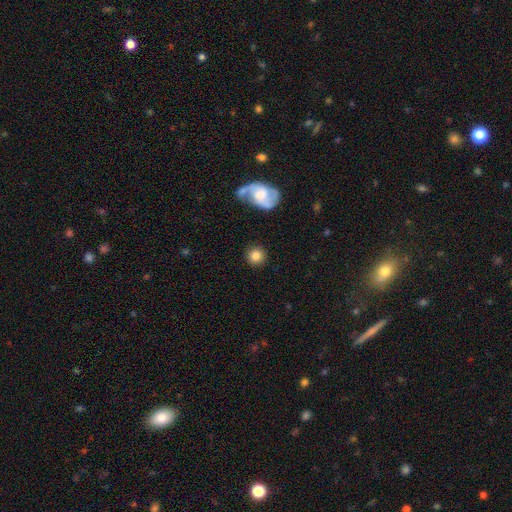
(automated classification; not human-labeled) This appears to be a smooth galaxy with no disk features (80%) that is round (92%). Merging: none (88%).